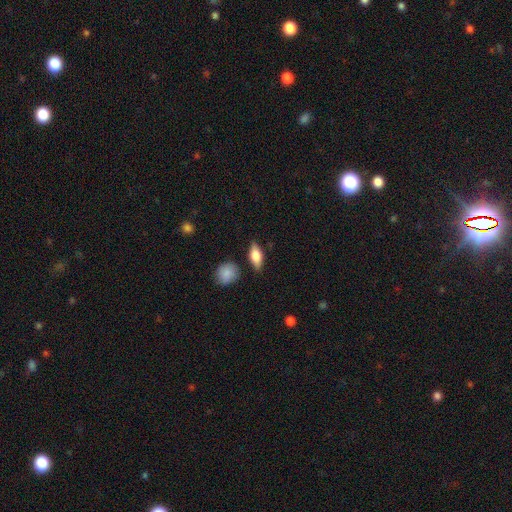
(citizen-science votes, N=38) Smooth or featured: smooth — 71% (featured or disk — 29%)
How rounded: in between — 52% (cigar-shaped — 44%)
Merging: none — 87% (minor disturbance — 8%)